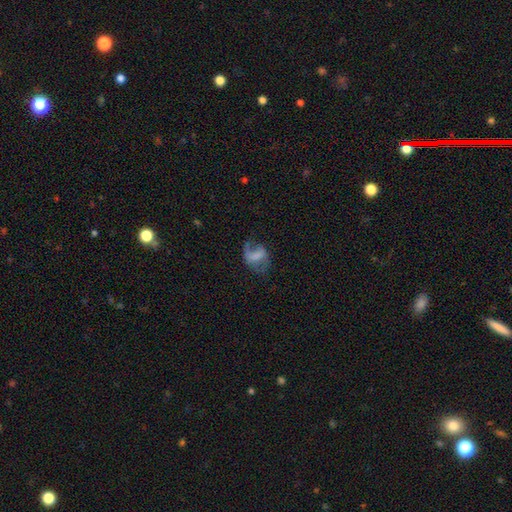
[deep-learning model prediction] Q: Smooth or featured?
A: featured or disk (55%); runner-up: smooth (36%)
Q: Edge-on disk?
A: no (97%); runner-up: yes (3%)
Q: Bar?
A: weak (40%); runner-up: no (32%)
Q: Spiral arms?
A: yes (72%); runner-up: no (28%)
Q: Bulge size?
A: none (51%); runner-up: small (19%)
Q: Merging?
A: none (42%); runner-up: major disturbance (32%)